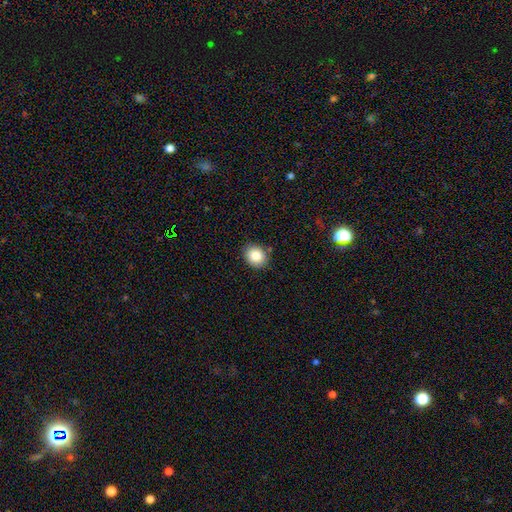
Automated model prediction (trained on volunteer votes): Smooth or featured: smooth — 85% (star or artifact — 9%)
How rounded: round — 64% (in between — 35%)
Merging: none — 86% (minor disturbance — 10%)